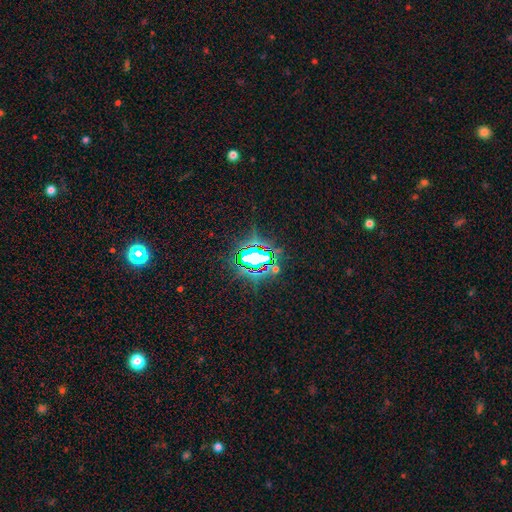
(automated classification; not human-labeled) A star or artifact, not a galaxy (73%).